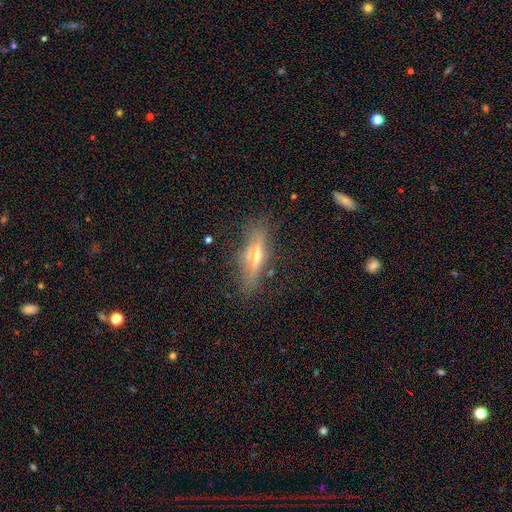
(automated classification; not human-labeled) Smooth or featured: featured or disk — 55% (smooth — 35%)
Edge-on disk: yes — 89% (no — 11%)
Merging: none — 77% (minor disturbance — 16%)